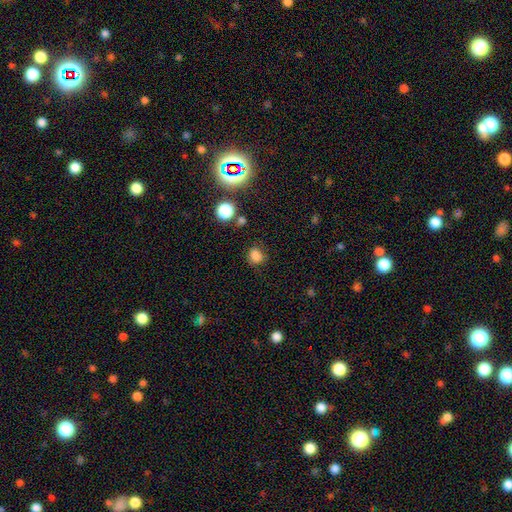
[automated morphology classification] This appears to be a smooth galaxy with no disk features (81%) that is round (62%). Merging: none (73%).